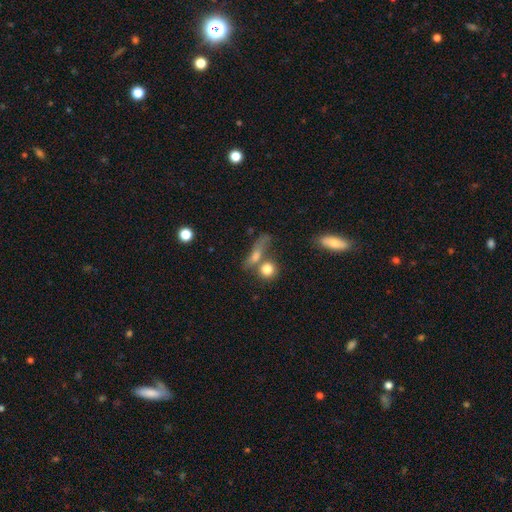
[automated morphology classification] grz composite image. It shows a smooth galaxy with no disk features (63%) that is round (37%). Merging: none (41%).